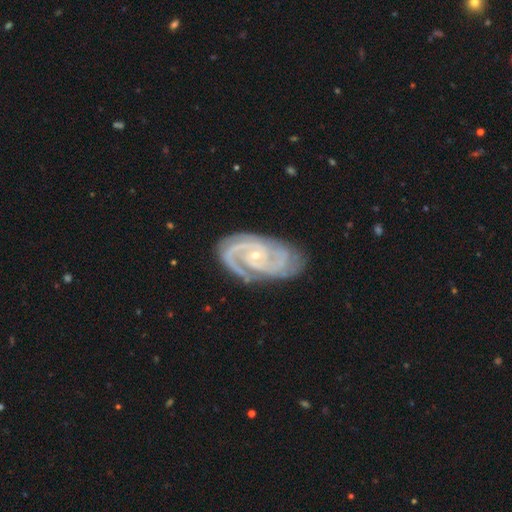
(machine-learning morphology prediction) A featured or disk galaxy (93%) with no bar (64%), 2 (59%) tight (64%) spiral arms (99%) and a small central bulge (82%).

Vote fractions:
- Smooth or featured? featured or disk: 93% / star or artifact: 5% / smooth: 3%
- Edge-on disk? no: 97% / yes: 3%
- Bar? no: 64% / weak: 26% / strong: 10%
- Spiral arms? yes: 99% / no: 1%
- Spiral winding? tight: 64% / medium: 32% / loose: 4%
- Spiral arm count? 2: 59% / 3: 24% / can't tell: 6% / 4: 4% / 1: 4% / more than 4: 4%
- Bulge size? small: 82% / moderate: 15% / none: 1% / large: 1% / dominant: 1%
- Merging? none: 74% / minor disturbance: 19% / major disturbance: 6% / merger: 2%